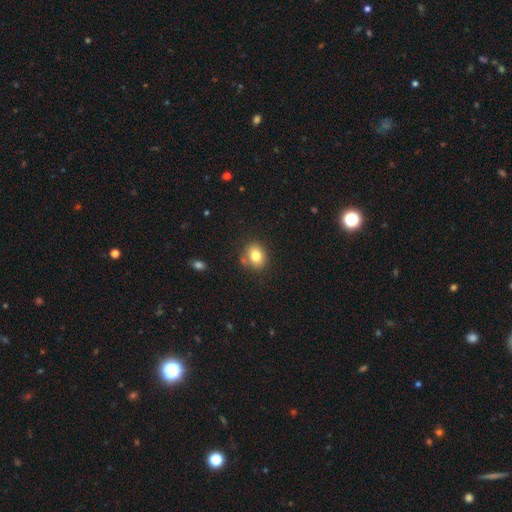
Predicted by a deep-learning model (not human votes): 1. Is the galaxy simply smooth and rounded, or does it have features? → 80% smooth, 10% star or artifact, 10% featured or disk.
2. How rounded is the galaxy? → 58% round, 42% in between, 1% cigar-shaped.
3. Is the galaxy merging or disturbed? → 73% none, 15% minor disturbance, 8% merger, 4% major disturbance.